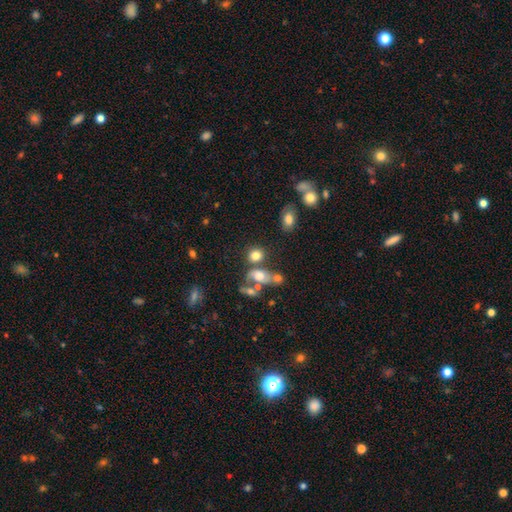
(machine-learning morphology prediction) smooth-or-featured: smooth: 74% | featured or disk: 14% | star or artifact: 12%
  how-rounded: round: 57% | in between: 41% | cigar-shaped: 2%
  merging: none: 44% | merger: 32% | minor disturbance: 14% | major disturbance: 11%